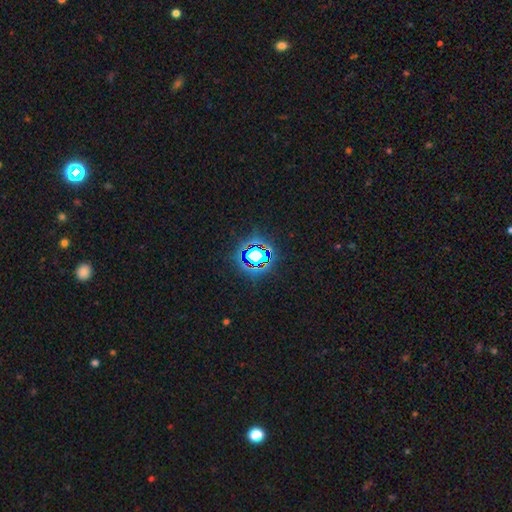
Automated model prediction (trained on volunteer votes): star or artifact 71%, smooth 17%, featured or disk 12%.